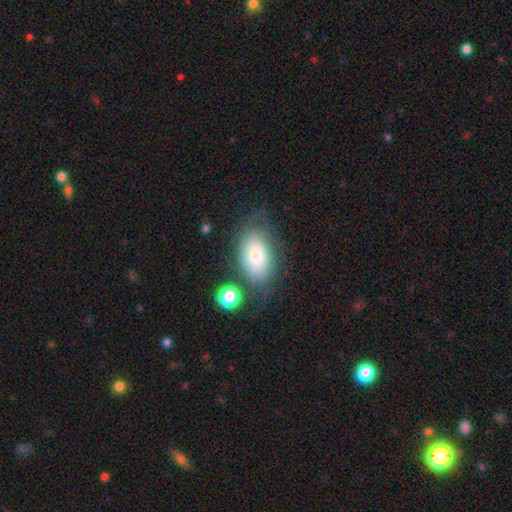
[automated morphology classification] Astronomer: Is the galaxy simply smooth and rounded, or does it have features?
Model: smooth — 66%.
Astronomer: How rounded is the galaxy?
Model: in between — 91%.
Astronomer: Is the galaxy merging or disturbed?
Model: none — 58%.